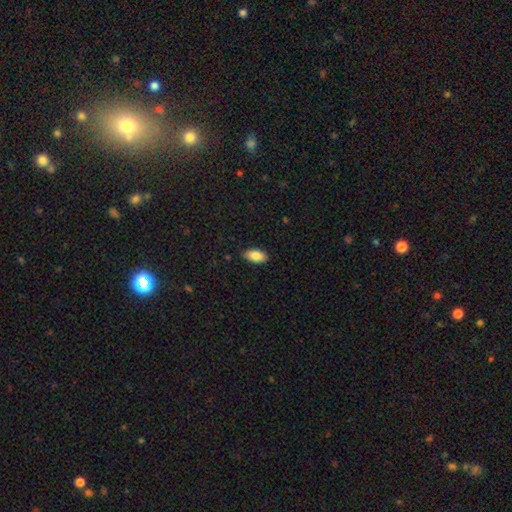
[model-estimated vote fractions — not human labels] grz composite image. It shows a smooth galaxy with no disk features (86%) that is in between round and cigar-shaped (93%). Merging: none (84%).